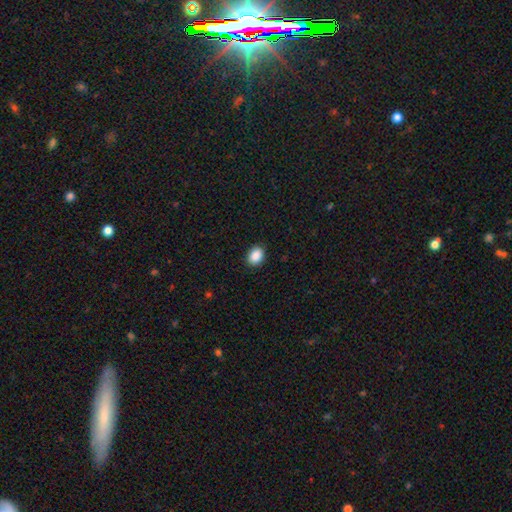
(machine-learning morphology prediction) smooth_or_featured: smooth (p=0.89) [alt: star or artifact p=0.08]
how_rounded: in between (p=0.70) [alt: round p=0.29]
merging: none (p=0.89) [alt: minor disturbance p=0.08]